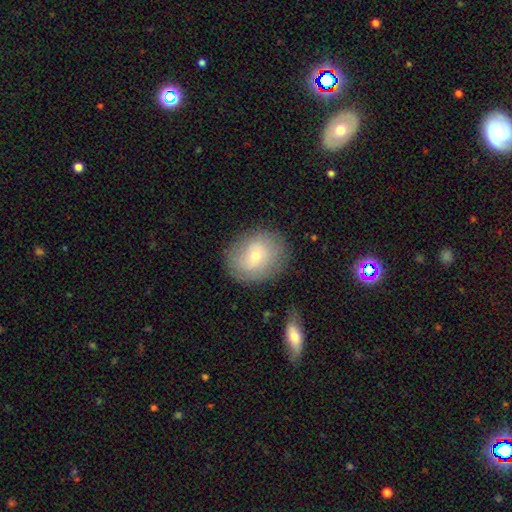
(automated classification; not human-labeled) Smooth or featured: smooth — 57% (featured or disk — 34%)
How rounded: round — 62% (in between — 37%)
Merging: none — 81% (minor disturbance — 13%)